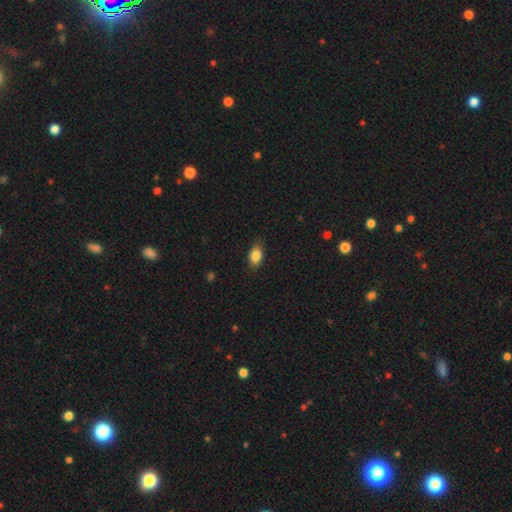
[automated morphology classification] This appears to be a smooth galaxy with no disk features (85%) that is in between round and cigar-shaped (87%). Merging: none (85%).